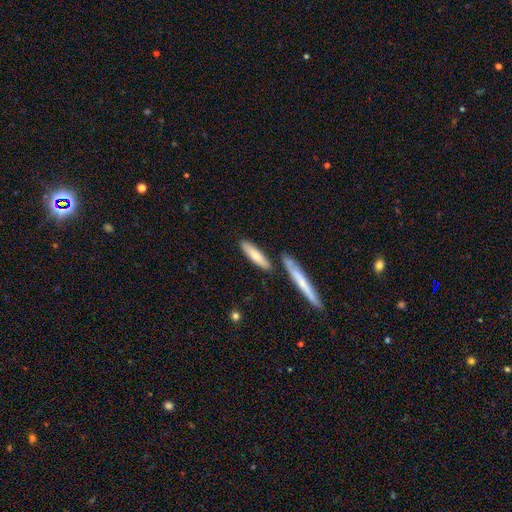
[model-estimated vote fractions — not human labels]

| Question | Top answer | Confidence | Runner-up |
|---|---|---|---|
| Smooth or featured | smooth | 75% | featured or disk (20%) |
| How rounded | cigar-shaped | 76% | in between (22%) |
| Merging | none | 75% | minor disturbance (12%) |